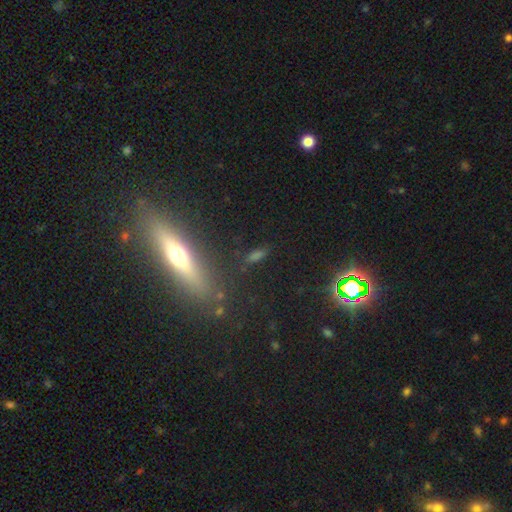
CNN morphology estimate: Overall: smooth (45%; featured or disk 28%). Merging: none (83%).